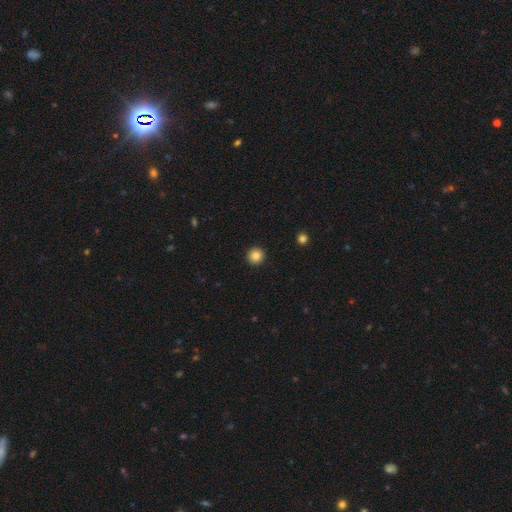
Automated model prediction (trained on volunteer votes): A smooth galaxy with no disk features (85%) that is round (95%).

Vote fractions:
- Smooth or featured? smooth: 85% / star or artifact: 10% / featured or disk: 5%
- How rounded? round: 95% / in between: 4% / cigar-shaped: 1%
- Merging? none: 93% / minor disturbance: 4% / major disturbance: 1% / merger: 1%